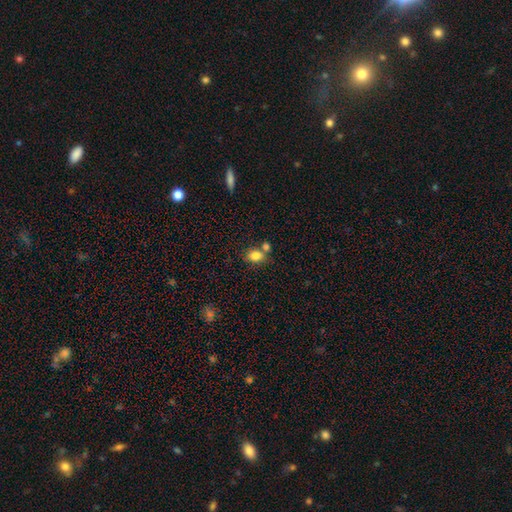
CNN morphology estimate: smooth-or-featured: smooth: 82% | star or artifact: 10% | featured or disk: 8%
  how-rounded: in between: 64% | round: 34% | cigar-shaped: 1%
  merging: none: 55% | merger: 30% | minor disturbance: 12% | major disturbance: 4%